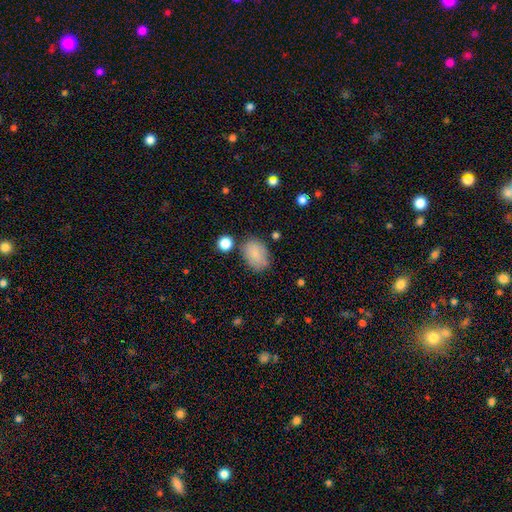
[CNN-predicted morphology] smooth_or_featured: smooth (p=0.83) [alt: featured or disk p=0.09]
how_rounded: in between (p=0.83) [alt: round p=0.16]
merging: none (p=0.71) [alt: minor disturbance p=0.18]